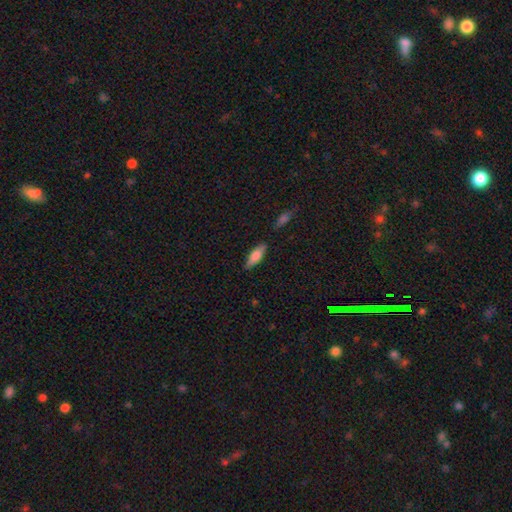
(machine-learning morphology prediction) This is likely a smooth galaxy (69%). How rounded: possibly in between (57%). Merging: clearly none (83%).